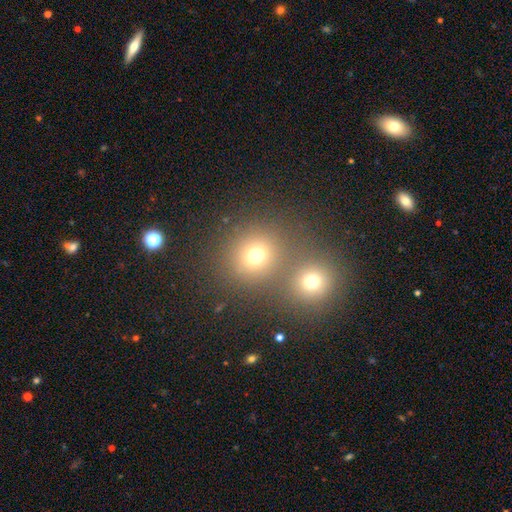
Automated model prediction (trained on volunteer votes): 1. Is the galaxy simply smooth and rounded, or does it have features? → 72% smooth, 18% star or artifact, 10% featured or disk.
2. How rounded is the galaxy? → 85% round, 14% in between, 1% cigar-shaped.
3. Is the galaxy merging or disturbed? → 56% none, 34% merger, 6% minor disturbance, 3% major disturbance.